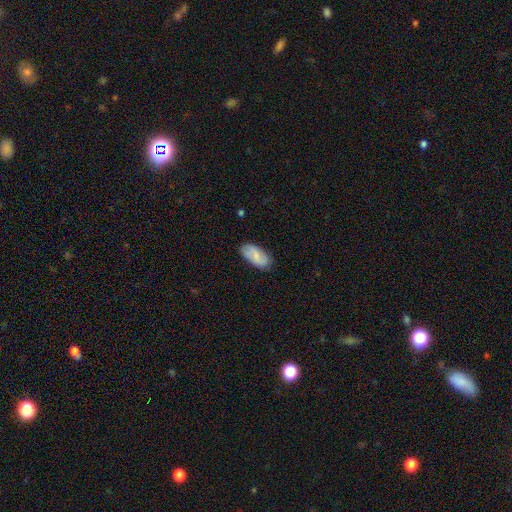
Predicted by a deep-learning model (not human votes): This is possibly a smooth galaxy (58%). How rounded: clearly in between (91%). Merging: clearly none (81%).